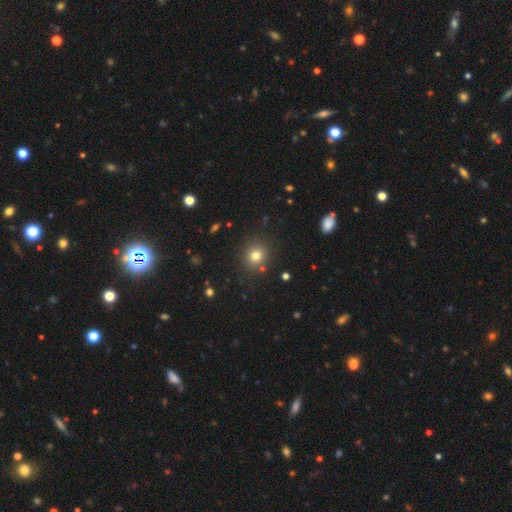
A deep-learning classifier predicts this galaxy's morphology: type=smooth (77%); roundness=round (82%); merging=none (85%).